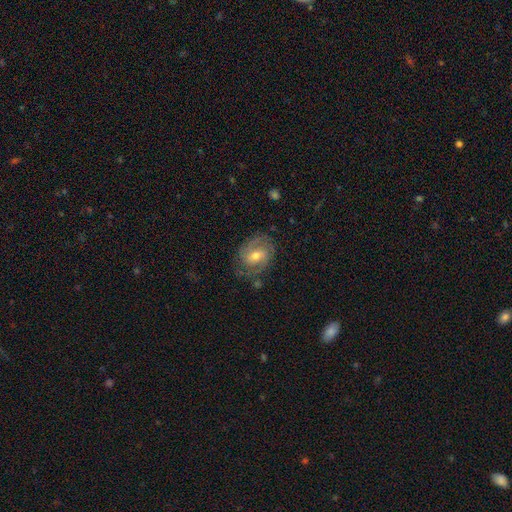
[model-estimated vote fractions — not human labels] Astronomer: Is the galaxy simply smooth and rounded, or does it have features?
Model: featured or disk — 68%.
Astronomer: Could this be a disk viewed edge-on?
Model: no — 96%.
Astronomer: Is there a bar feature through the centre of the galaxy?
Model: weak — 46% (runner-up: no, 41%).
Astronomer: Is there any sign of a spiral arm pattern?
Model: yes — 86%.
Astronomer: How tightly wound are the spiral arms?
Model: tight — 45% (runner-up: medium, 41%).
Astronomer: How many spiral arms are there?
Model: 2 — 68%.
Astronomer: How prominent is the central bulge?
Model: moderate — 62%.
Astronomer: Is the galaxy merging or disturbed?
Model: none — 69%.